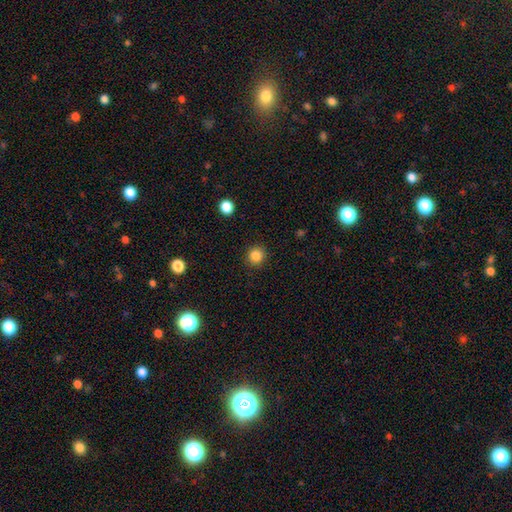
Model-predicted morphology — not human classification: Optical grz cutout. It shows a smooth galaxy with no disk features (84%) that is round (92%). Merging: none (91%).